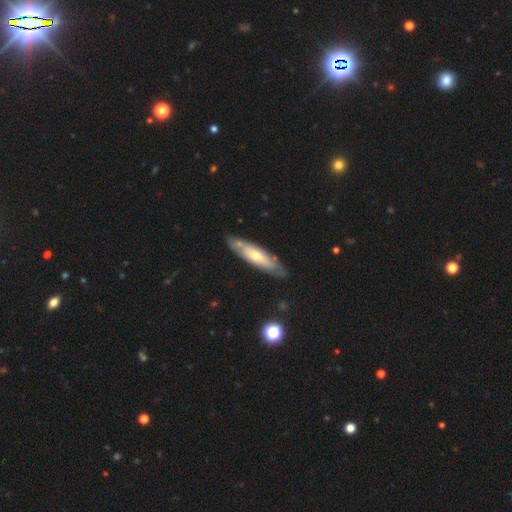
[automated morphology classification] Smooth or featured?
  - featured or disk: 50% *
  - smooth: 44%
  - star or artifact: 6%
Edge-on disk?
  - yes: 51% *
  - no: 49%
Merging?
  - none: 77% *
  - minor disturbance: 15%
  - merger: 5%
  - major disturbance: 3%